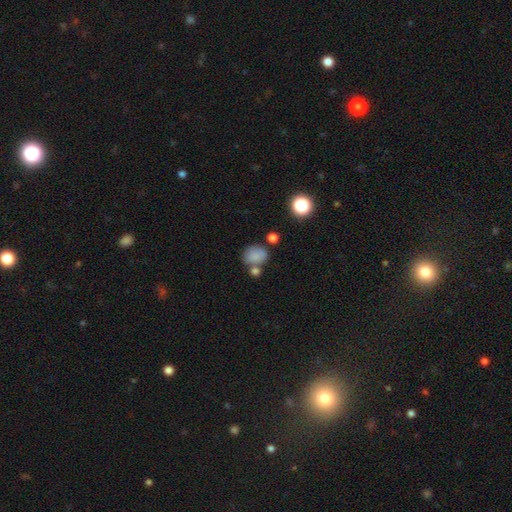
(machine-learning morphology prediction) Overall: smooth (81%). How rounded: round (52%; in between 47%). Merging: none (56%; merger 23%).